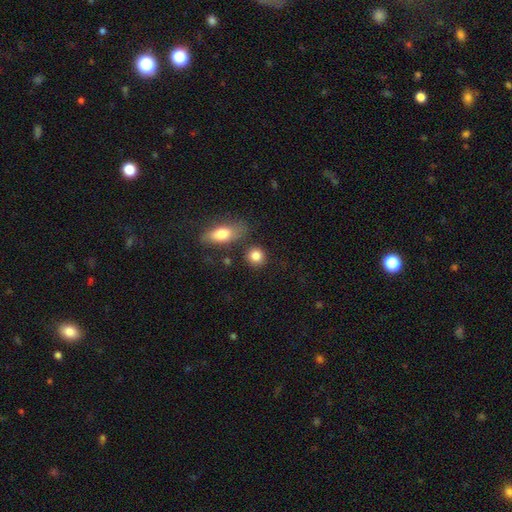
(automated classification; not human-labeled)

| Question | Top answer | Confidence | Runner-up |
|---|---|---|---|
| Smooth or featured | smooth | 85% | star or artifact (9%) |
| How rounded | round | 84% | in between (14%) |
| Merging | none | 80% | minor disturbance (9%) |